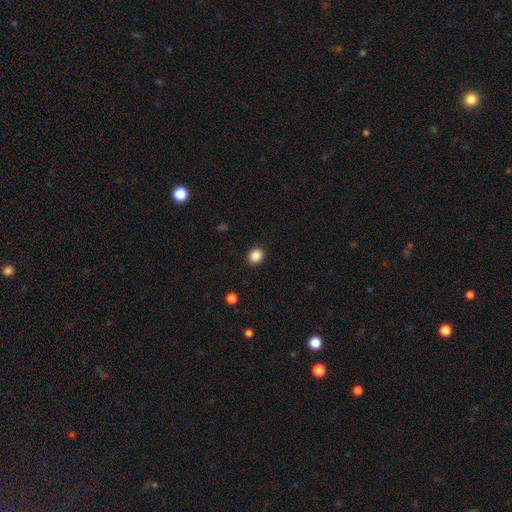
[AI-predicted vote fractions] Morphology: type=smooth (87%); roundness=round (75%); merging=none (90%).